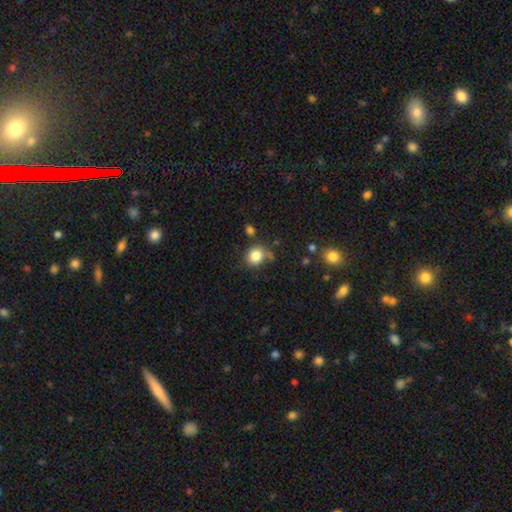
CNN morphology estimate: A smooth galaxy with no disk features (84%) that is round (76%).

Vote fractions:
- Smooth or featured? smooth: 84% / star or artifact: 11% / featured or disk: 6%
- How rounded? round: 76% / in between: 24% / cigar-shaped: 1%
- Merging? none: 69% / minor disturbance: 18% / merger: 8% / major disturbance: 5%